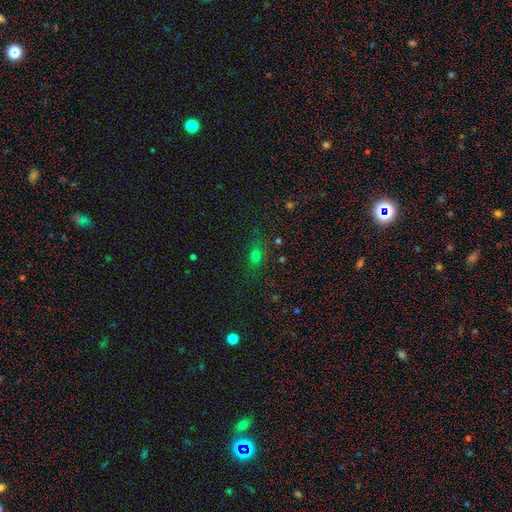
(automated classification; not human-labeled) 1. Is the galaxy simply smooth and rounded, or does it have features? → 66% smooth, 25% star or artifact, 10% featured or disk.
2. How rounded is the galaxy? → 52% round, 42% in between, 6% cigar-shaped.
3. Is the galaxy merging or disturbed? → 76% none, 15% minor disturbance, 6% major disturbance, 3% merger.